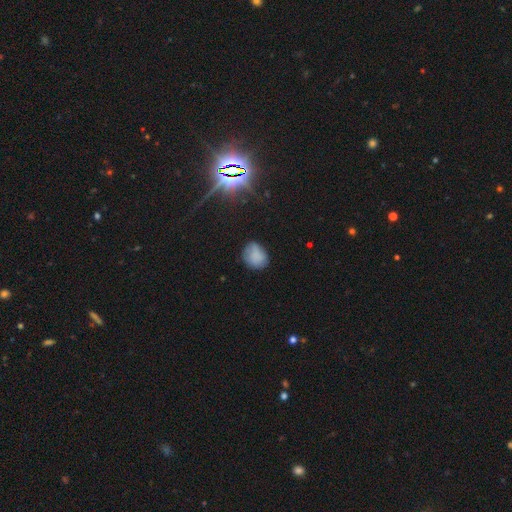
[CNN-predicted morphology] Smooth or featured: smooth — 76% (featured or disk — 13%)
How rounded: round — 57% (in between — 42%)
Merging: none — 65% (minor disturbance — 26%)